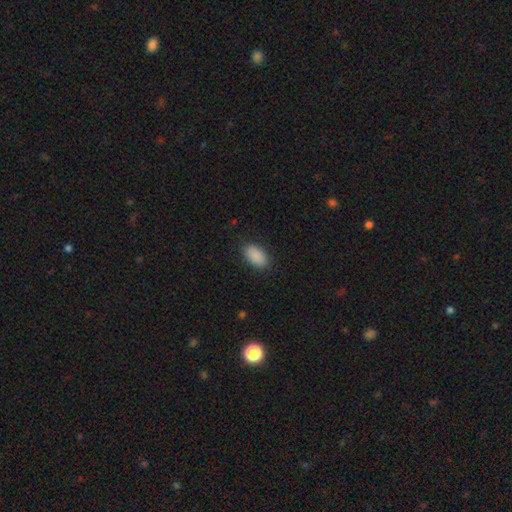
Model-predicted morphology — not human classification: Smooth or featured? smooth (90%)
How rounded? in between (94%)
Merging? none (87%)